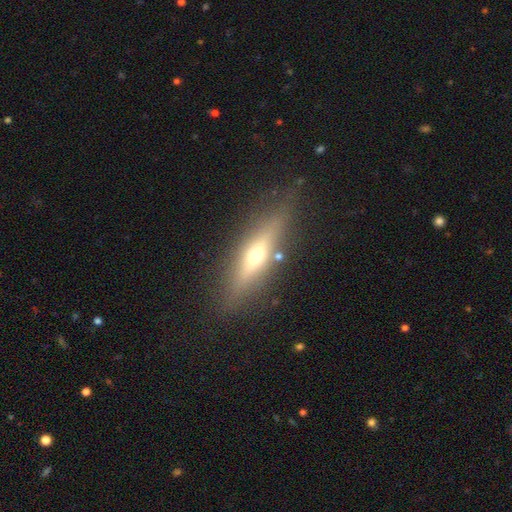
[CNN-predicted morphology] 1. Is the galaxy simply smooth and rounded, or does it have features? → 57% featured or disk, 35% smooth, 8% star or artifact.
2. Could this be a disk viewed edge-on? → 87% yes, 13% no.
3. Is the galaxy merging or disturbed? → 82% none, 11% minor disturbance, 4% major disturbance, 2% merger.